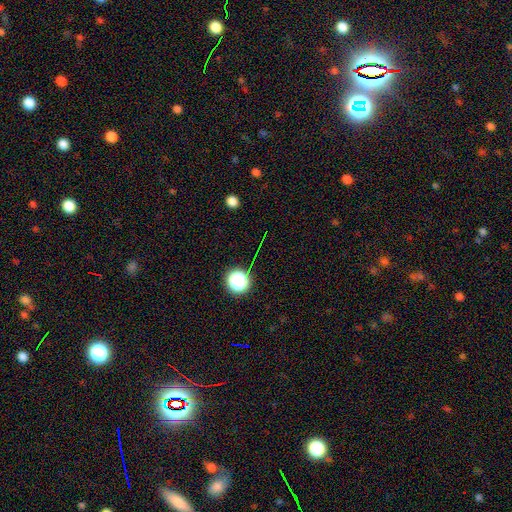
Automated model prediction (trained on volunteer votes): Q: Smooth or featured?
A: star or artifact (72%); runner-up: smooth (20%)